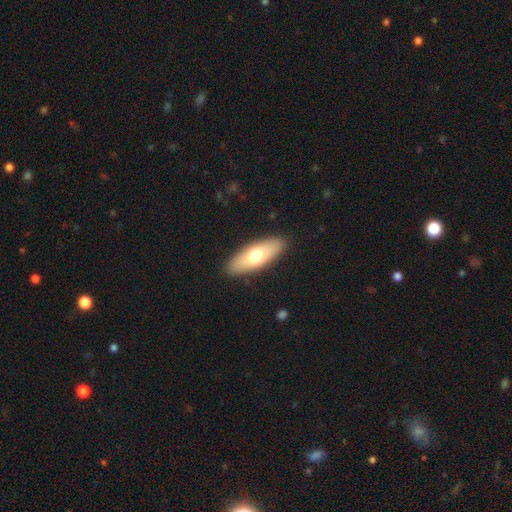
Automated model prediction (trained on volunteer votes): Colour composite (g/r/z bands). It shows a smooth galaxy with no disk features (67%) that is in between round and cigar-shaped (70%). Merging: none (89%).